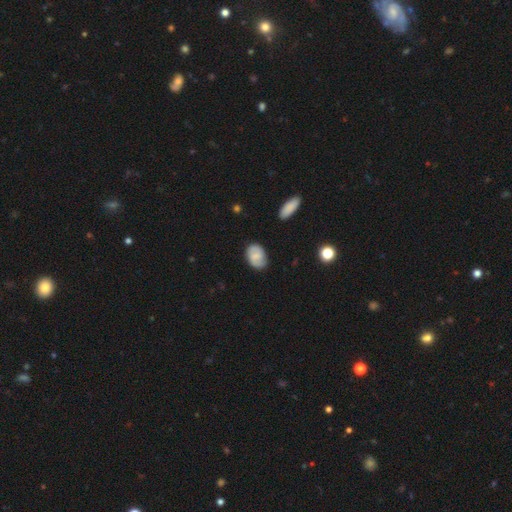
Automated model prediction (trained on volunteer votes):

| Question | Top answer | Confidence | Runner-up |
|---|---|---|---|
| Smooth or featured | smooth | 55% | featured or disk (37%) |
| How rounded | in between | 79% | round (19%) |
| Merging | none | 78% | minor disturbance (16%) |